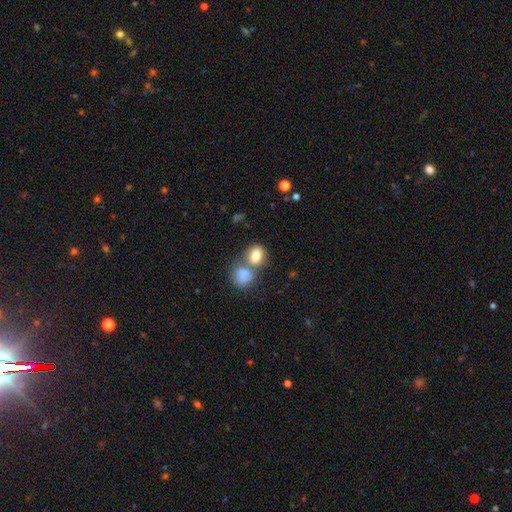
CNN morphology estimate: Q: Smooth or featured?
A: smooth (80%); runner-up: featured or disk (11%)
Q: How rounded?
A: in between (59%); runner-up: round (40%)
Q: Merging?
A: merger (44%); runner-up: none (40%)